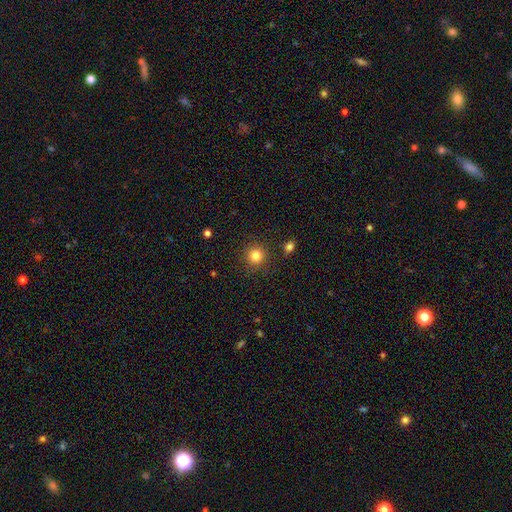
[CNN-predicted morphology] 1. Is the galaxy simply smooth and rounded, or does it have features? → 83% smooth, 12% star or artifact, 5% featured or disk.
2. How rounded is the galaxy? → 93% round, 6% in between, 1% cigar-shaped.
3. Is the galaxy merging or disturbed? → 88% none, 7% minor disturbance, 3% major disturbance, 2% merger.